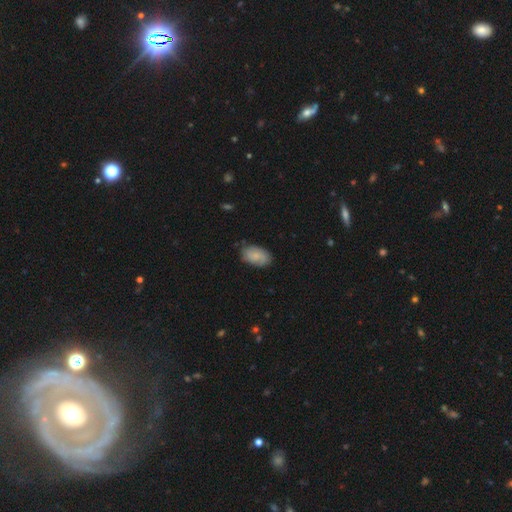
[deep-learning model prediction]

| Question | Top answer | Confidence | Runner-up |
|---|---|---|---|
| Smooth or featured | smooth | 72% | featured or disk (21%) |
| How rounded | in between | 92% | round (6%) |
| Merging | none | 74% | minor disturbance (21%) |